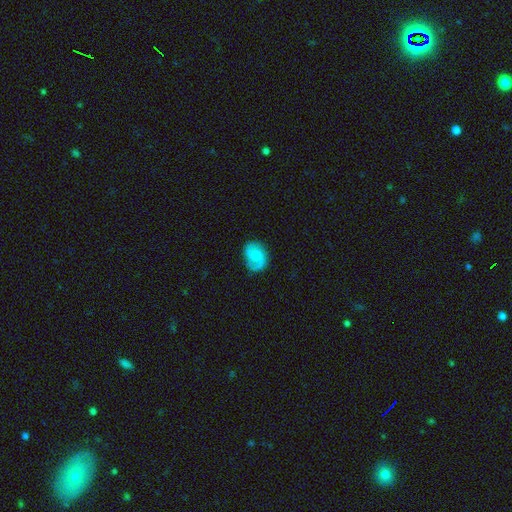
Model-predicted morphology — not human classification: The model was most divided on "bulge size": none: 39%, small: 26%, moderate: 25%, large: 8%, dominant: 2%. Remaining: edge-on disk — no (98%); spiral arms — yes (93%); spiral arm count — 2 (79%); merging — none (75%); smooth or featured — featured or disk (61%); bar — no (59%); spiral winding — medium (47%).